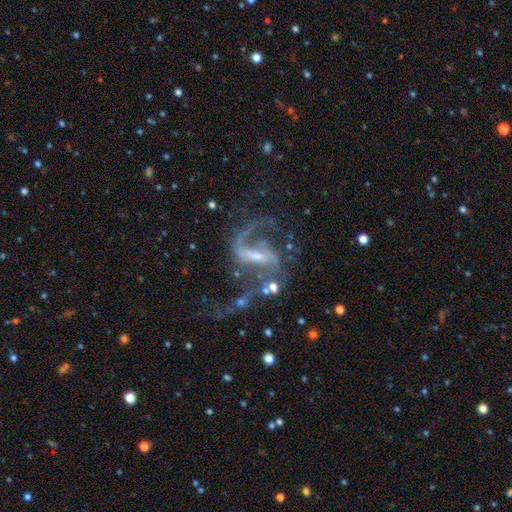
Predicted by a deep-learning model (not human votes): Smooth or featured?
  - featured or disk: 90% *
  - star or artifact: 6%
  - smooth: 4%
Edge-on disk?
  - no: 97% *
  - yes: 3%
Bar?
  - strong: 48% *
  - weak: 38%
  - no: 14%
Spiral arms?
  - yes: 96% *
  - no: 4%
Spiral winding?
  - loose: 55% *
  - medium: 38%
  - tight: 8%
Spiral arm count?
  - 2: 85% *
  - 1: 6%
  - can't tell: 3%
  - 3: 3%
  - 4: 2%
  - more than 4: 2%
Bulge size?
  - small: 58% *
  - moderate: 30%
  - none: 9%
  - large: 3%
  - dominant: 1%
Merging?
  - none: 48% *
  - major disturbance: 27%
  - minor disturbance: 16%
  - merger: 9%